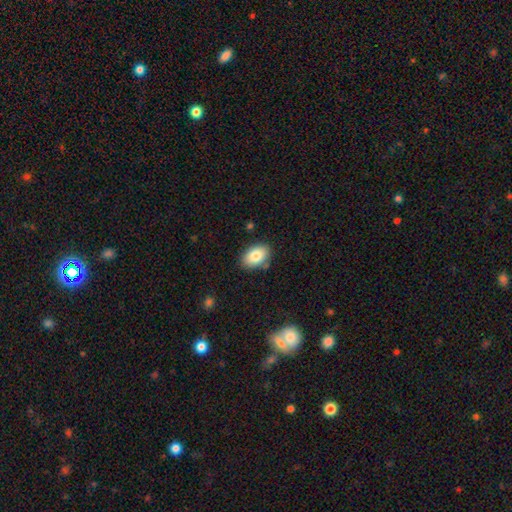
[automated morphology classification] Smooth or featured: smooth — 83% (featured or disk — 10%)
How rounded: in between — 89% (round — 10%)
Merging: none — 83% (minor disturbance — 12%)